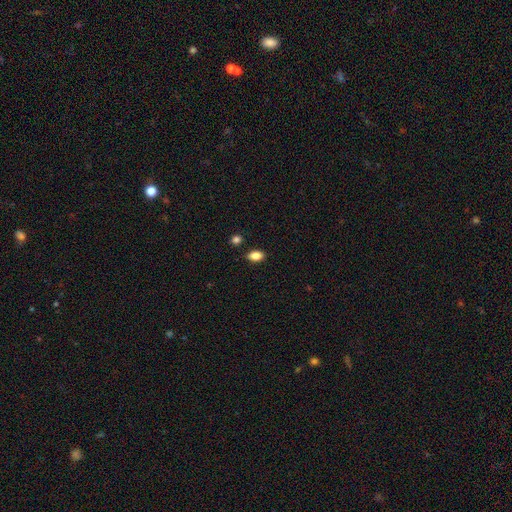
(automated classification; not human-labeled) This is clearly a smooth galaxy (86%). How rounded: clearly in between (87%). Merging: clearly none (84%).